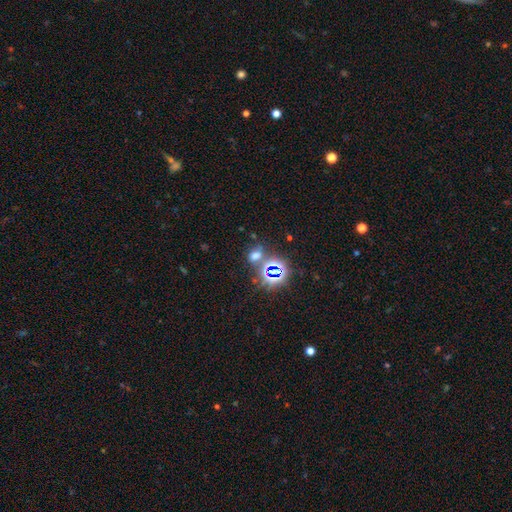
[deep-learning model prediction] This appears to be a smooth galaxy with no disk features (48%). Merging: none (63%).